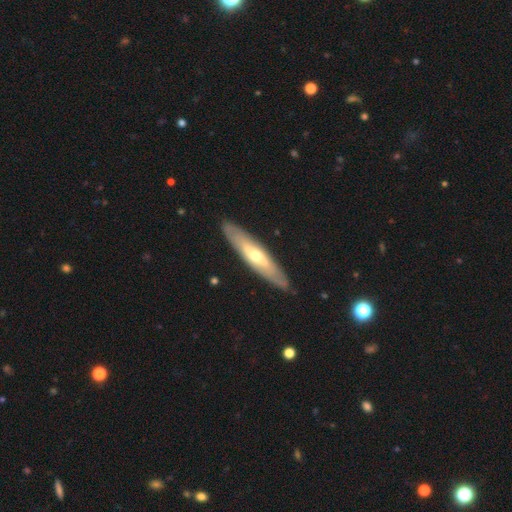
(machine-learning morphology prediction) smooth-or-featured: featured or disk: 61% | smooth: 34% | star or artifact: 5%
  disk-edge-on: yes: 58% | no: 42%
  merging: none: 87% | minor disturbance: 10% | major disturbance: 2% | merger: 1%